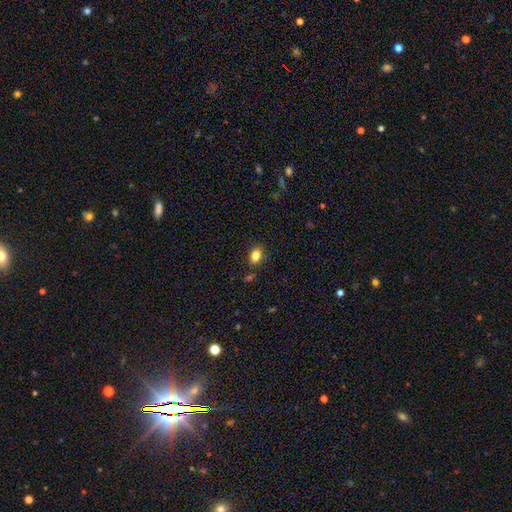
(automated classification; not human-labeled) Smooth or featured? smooth (83%)
How rounded? in between (73%)
Merging? none (82%)